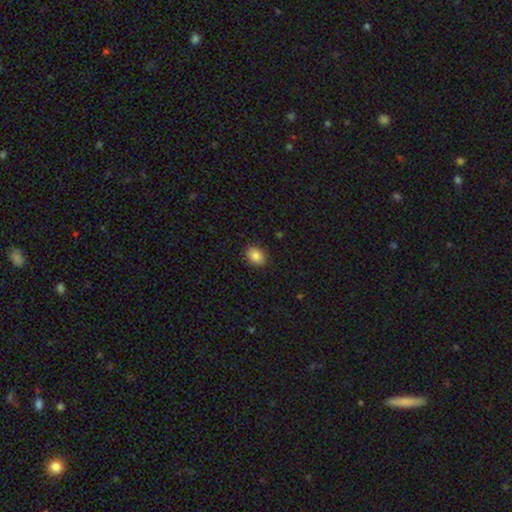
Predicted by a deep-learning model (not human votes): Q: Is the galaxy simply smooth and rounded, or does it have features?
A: smooth — 85%.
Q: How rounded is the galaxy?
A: in between — 61%.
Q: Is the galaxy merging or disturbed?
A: none — 89%.